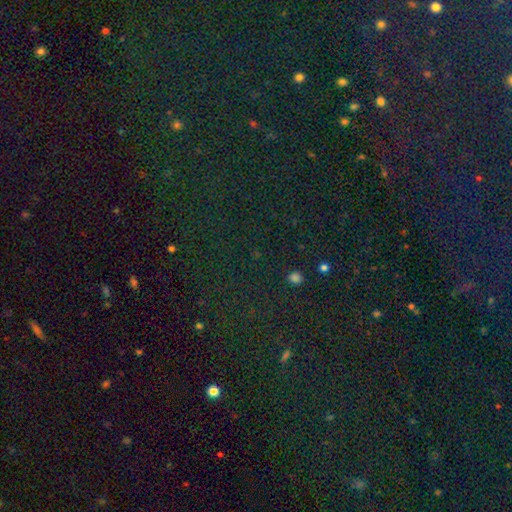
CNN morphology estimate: The model was most divided on "smooth or featured": star or artifact: 79%, smooth: 13%, featured or disk: 8%.